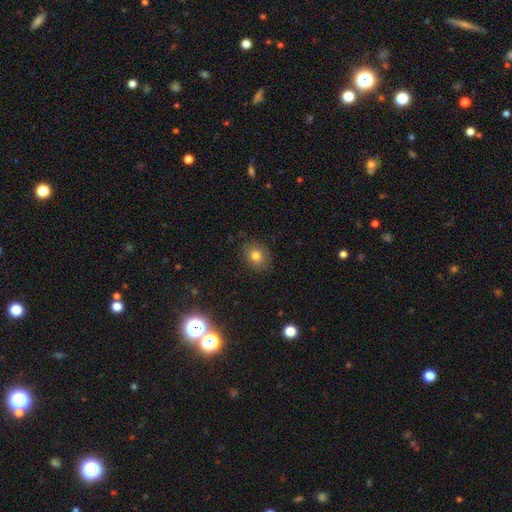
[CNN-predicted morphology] Smooth or featured? Predicted: smooth (p=0.77). How rounded? Predicted: round (p=0.51). Merging? Predicted: none (p=0.85).